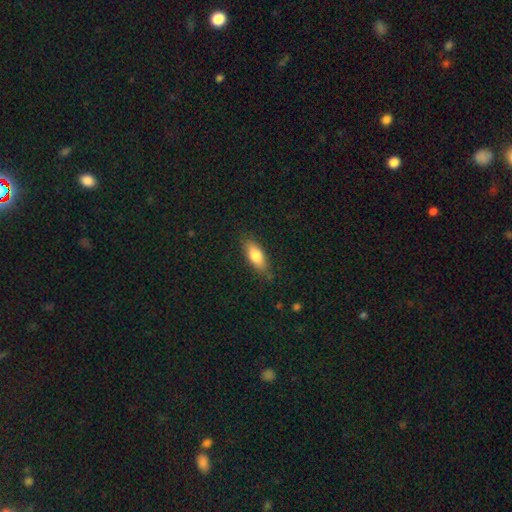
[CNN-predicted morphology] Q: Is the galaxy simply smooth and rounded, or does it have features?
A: smooth — 78%.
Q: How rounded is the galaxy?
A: in between — 74%.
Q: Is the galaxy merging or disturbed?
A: none — 80%.